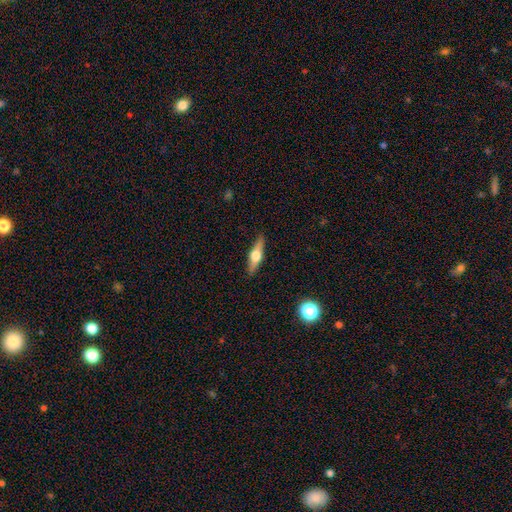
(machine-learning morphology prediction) type=featured or disk (58%); edge-on=yes (95%); edge-on bulge=rounded (95%); merging=none (90%).